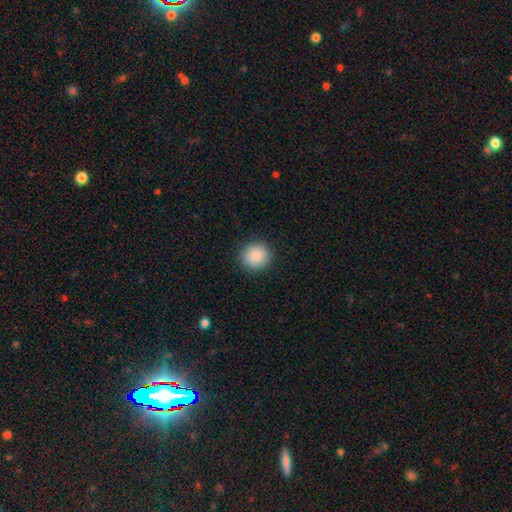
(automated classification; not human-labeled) smooth 89%, star or artifact 8%, featured or disk 3%. Down the decision tree: how rounded — round (90%); merging — none (91%).